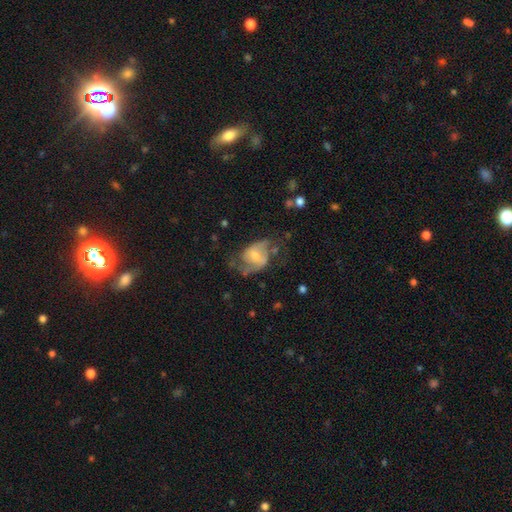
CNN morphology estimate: Overall: featured or disk (60%; smooth 33%). Edge-on disk: no (96%). Bar: weak (44%; no 42%). Spiral arms: yes (73%). Bulge size: moderate (44%; small 34%). Merging: none (38%; major disturbance 33%).